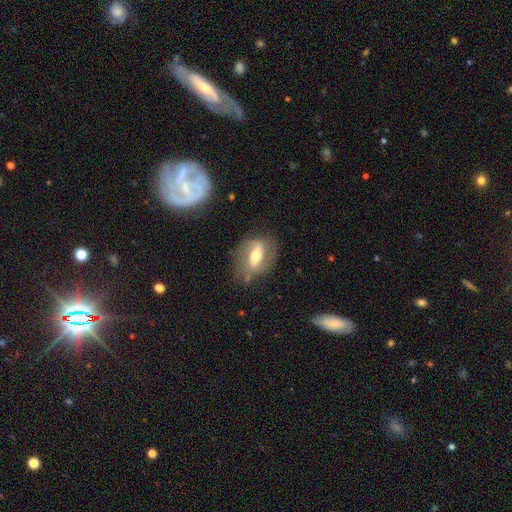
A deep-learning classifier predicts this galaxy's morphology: This appears to be a featured or disk galaxy (55%). Merging: none (69%).